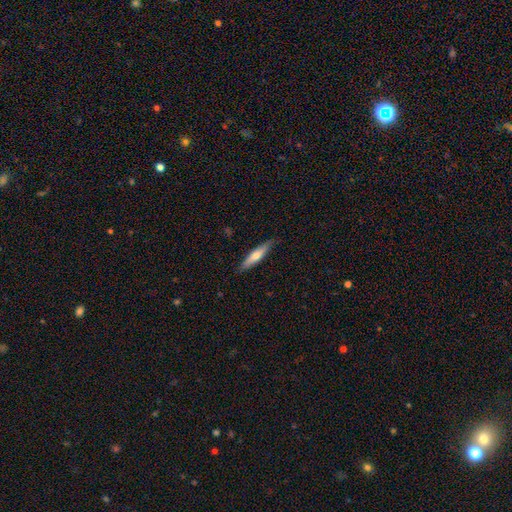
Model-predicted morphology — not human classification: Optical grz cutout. It shows a smooth galaxy with no disk features (58%) that is cigar-shaped (82%). Merging: none (84%).